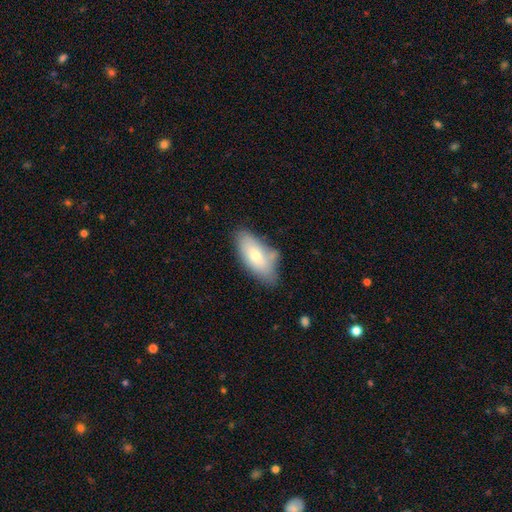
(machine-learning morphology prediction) smooth_or_featured: smooth (p=0.69) [alt: featured or disk p=0.24]
how_rounded: in between (p=0.87) [alt: cigar-shaped p=0.11]
merging: none (p=0.60) [alt: minor disturbance p=0.24]